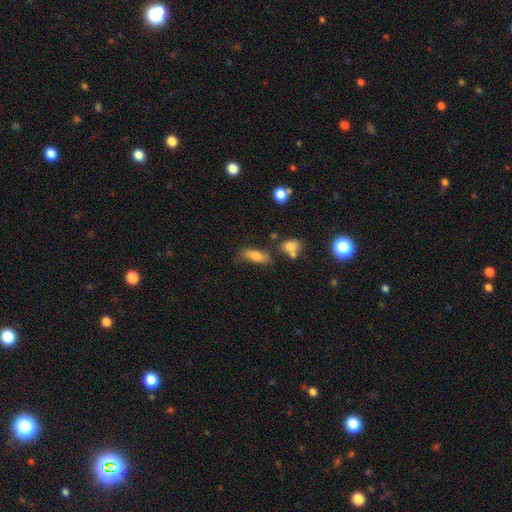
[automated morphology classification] Smooth or featured?
  - smooth: 77% *
  - featured or disk: 14%
  - star or artifact: 9%
How rounded?
  - in between: 73% *
  - cigar-shaped: 24%
  - round: 4%
Merging?
  - none: 57% *
  - minor disturbance: 25%
  - merger: 9%
  - major disturbance: 9%